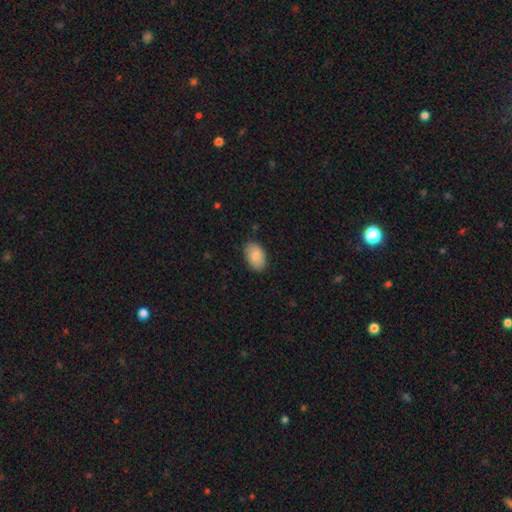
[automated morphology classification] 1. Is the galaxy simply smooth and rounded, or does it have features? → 86% smooth, 7% featured or disk, 6% star or artifact.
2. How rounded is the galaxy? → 91% in between, 8% round, 1% cigar-shaped.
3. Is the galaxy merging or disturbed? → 84% none, 13% minor disturbance, 2% major disturbance, 1% merger.